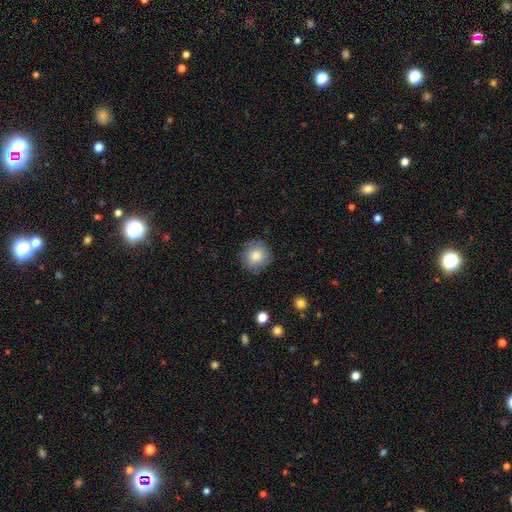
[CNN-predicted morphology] smooth_or_featured: smooth (p=0.83) [alt: featured or disk p=0.09]
how_rounded: round (p=0.92) [alt: in between p=0.07]
merging: none (p=0.85) [alt: minor disturbance p=0.11]